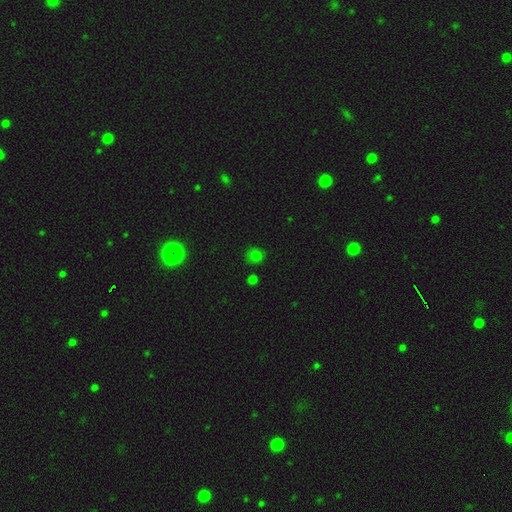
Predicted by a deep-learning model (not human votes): smooth 73%, star or artifact 21%, featured or disk 5%. Down the decision tree: how rounded — round (86%); merging — none (80%).